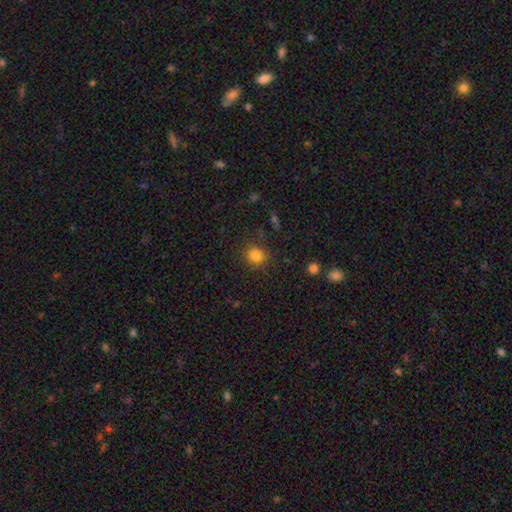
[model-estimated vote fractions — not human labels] smooth 83%, star or artifact 12%, featured or disk 5%. Down the decision tree: how rounded — round (82%); merging — none (85%).